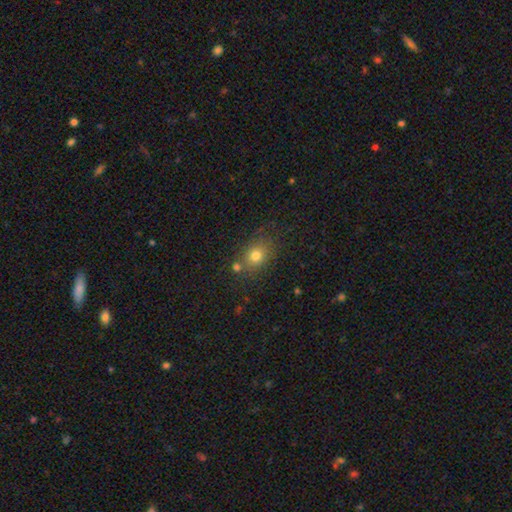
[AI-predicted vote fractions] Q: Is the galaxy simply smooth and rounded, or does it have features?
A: smooth — 75%.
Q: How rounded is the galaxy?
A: in between — 50%.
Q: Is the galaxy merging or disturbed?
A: none — 70%.